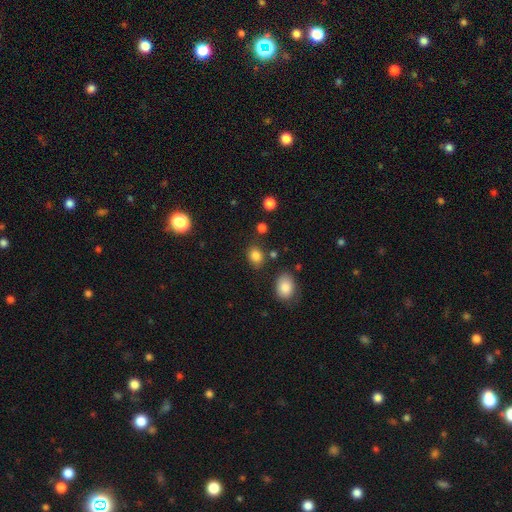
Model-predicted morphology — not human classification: A smooth galaxy with no disk features (84%) that is in between round and cigar-shaped (52%). Merging: none (78%).